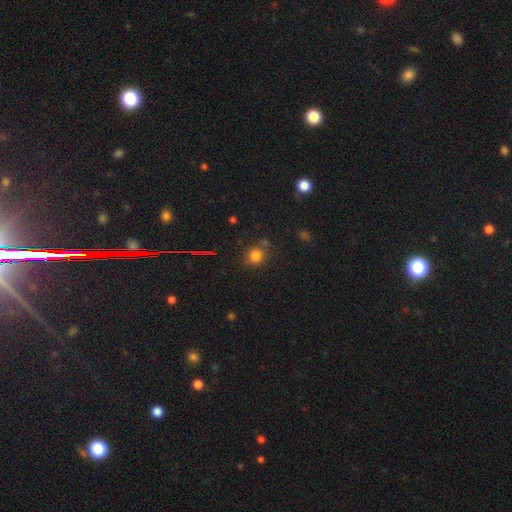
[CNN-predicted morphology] A smooth galaxy with no disk features (80%) that is round (84%). Merging: none (72%).